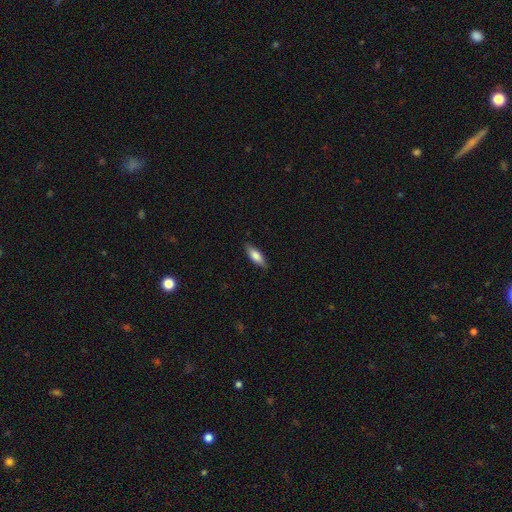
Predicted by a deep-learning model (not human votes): Smooth or featured? smooth (78%)
How rounded? in between (59%)
Merging? none (86%)